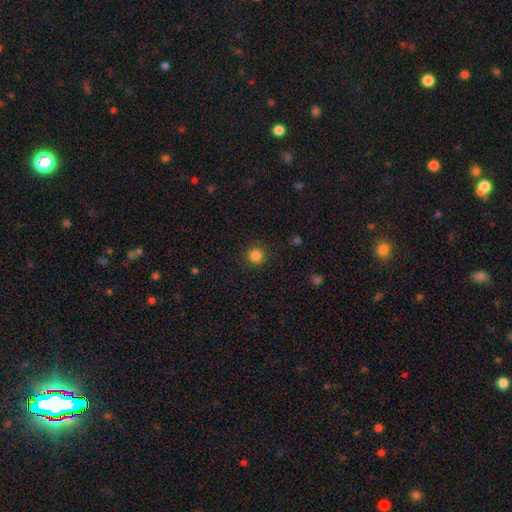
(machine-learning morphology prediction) A smooth galaxy with no disk features (84%) that is round (94%).

Vote fractions:
- Smooth or featured? smooth: 84% / star or artifact: 12% / featured or disk: 4%
- How rounded? round: 94% / in between: 5% / cigar-shaped: 1%
- Merging? none: 90% / minor disturbance: 6% / major disturbance: 2% / merger: 1%